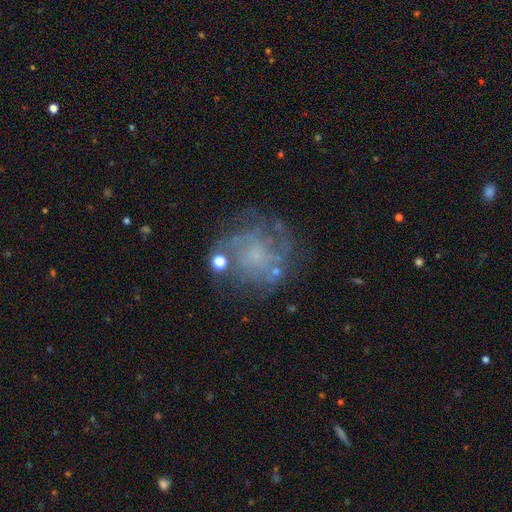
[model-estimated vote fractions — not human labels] Smooth or featured? Predicted: featured or disk (p=0.66). Edge-on disk? Predicted: no (p=0.98). Bar? Predicted: no (p=0.80). Spiral arms? Predicted: yes (p=0.69). Bulge size? Predicted: none (p=0.43). Merging? Predicted: none (p=0.64).